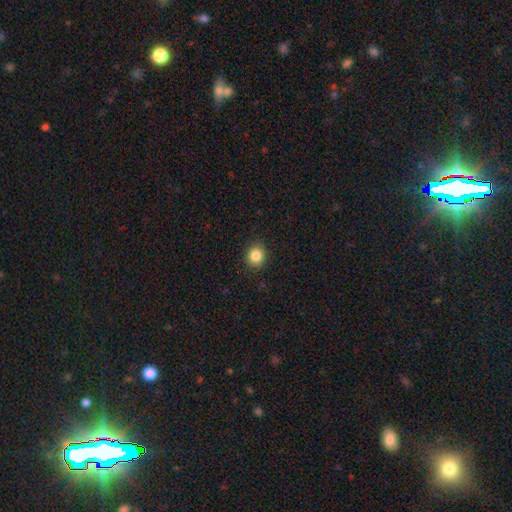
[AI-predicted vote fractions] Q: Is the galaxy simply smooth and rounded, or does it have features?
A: smooth — 85%.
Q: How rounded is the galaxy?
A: round — 78%.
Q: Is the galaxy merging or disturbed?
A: none — 89%.